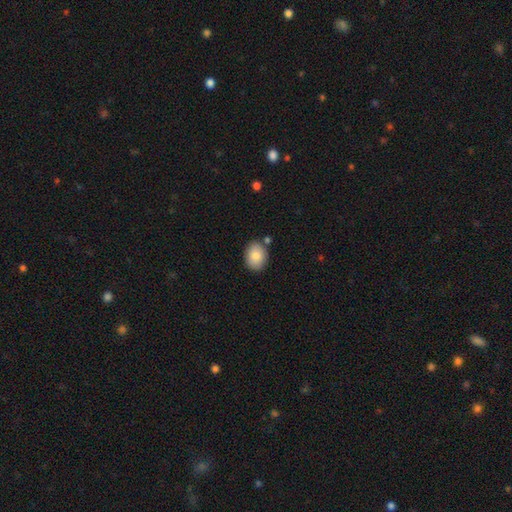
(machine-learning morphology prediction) Smooth or featured?
  - smooth: 84% *
  - featured or disk: 9%
  - star or artifact: 7%
How rounded?
  - in between: 64% *
  - round: 35%
  - cigar-shaped: 1%
Merging?
  - none: 81% *
  - minor disturbance: 12%
  - merger: 5%
  - major disturbance: 3%